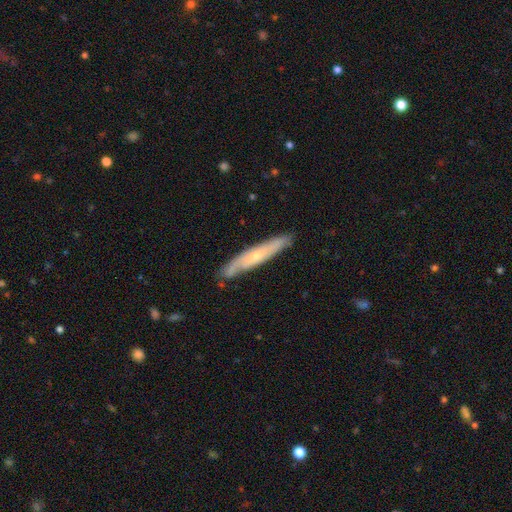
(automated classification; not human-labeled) smooth-or-featured: featured or disk: 57% | smooth: 37% | star or artifact: 6%
  disk-edge-on: yes: 66% | no: 34%
  merging: none: 80% | minor disturbance: 16% | major disturbance: 3% | merger: 2%